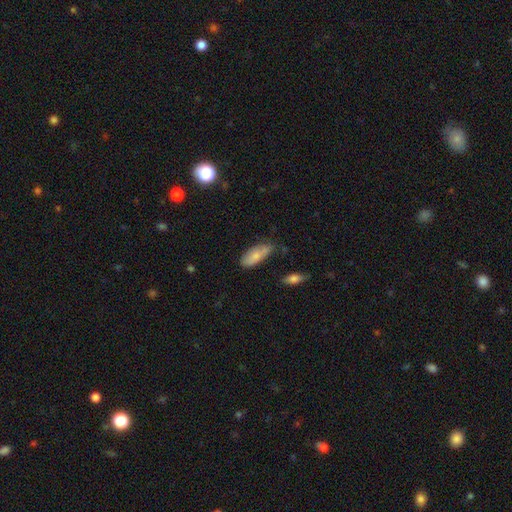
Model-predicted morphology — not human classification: smooth 76%, featured or disk 18%, star or artifact 6%. Down the decision tree: how rounded — in between (83%); merging — none (59%).